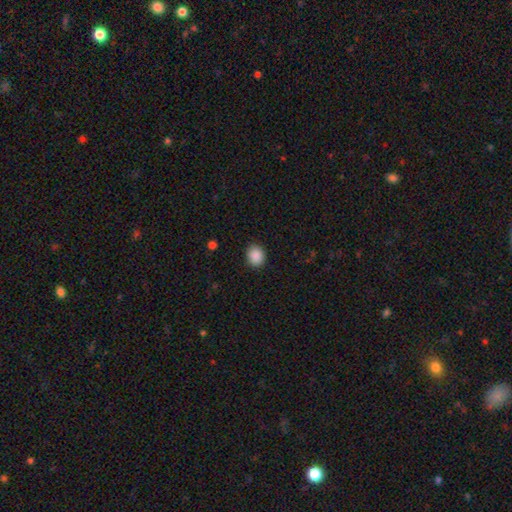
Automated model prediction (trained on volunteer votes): Overall: smooth (89%). How rounded: round (64%; in between 35%). Merging: none (89%).